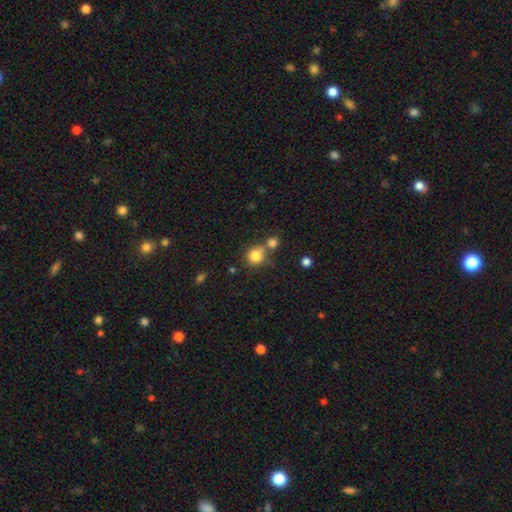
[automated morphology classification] Overall: smooth (82%). How rounded: round (85%). Merging: none (56%; merger 31%).